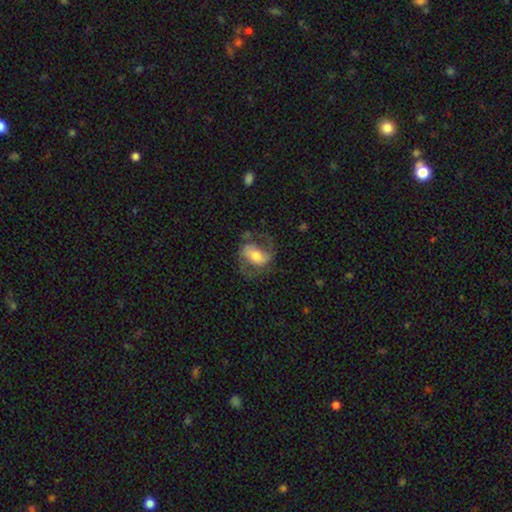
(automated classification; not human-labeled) A featured or disk galaxy (71%) with a weak bar (39%), 2 (86%) medium (51%) spiral arms (89%) and a moderate central bulge (58%). Merging: none (63%).